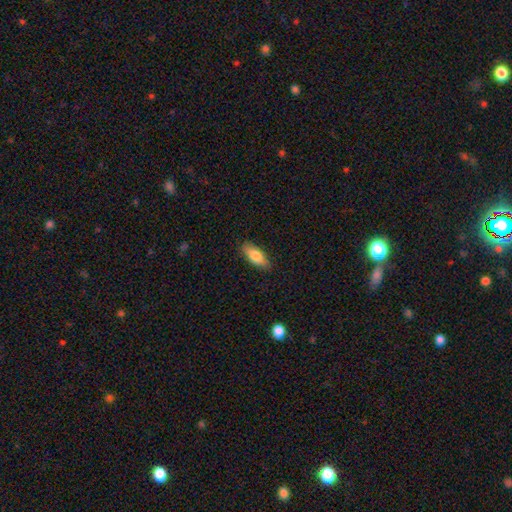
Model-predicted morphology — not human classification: Q: Smooth or featured?
A: smooth (77%); runner-up: featured or disk (17%)
Q: How rounded?
A: in between (76%); runner-up: cigar-shaped (22%)
Q: Merging?
A: none (86%); runner-up: minor disturbance (10%)